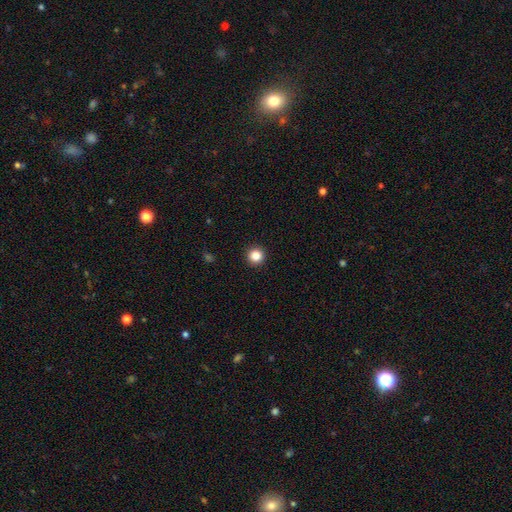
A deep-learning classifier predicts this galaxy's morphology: A smooth galaxy with no disk features (85%) that is round (96%). Merging: none (94%).